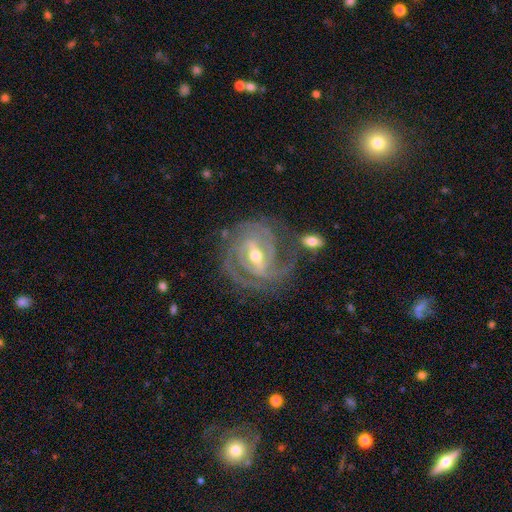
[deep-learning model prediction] Smooth or featured? Predicted: featured or disk (p=0.92). Edge-on disk? Predicted: no (p=0.97). Bar? Predicted: strong (p=0.52). Spiral arms? Predicted: yes (p=0.98). Spiral winding? Predicted: tight (p=0.70). Spiral arm count? Predicted: 3 (p=0.36). Bulge size? Predicted: moderate (p=0.62). Merging? Predicted: none (p=0.70).